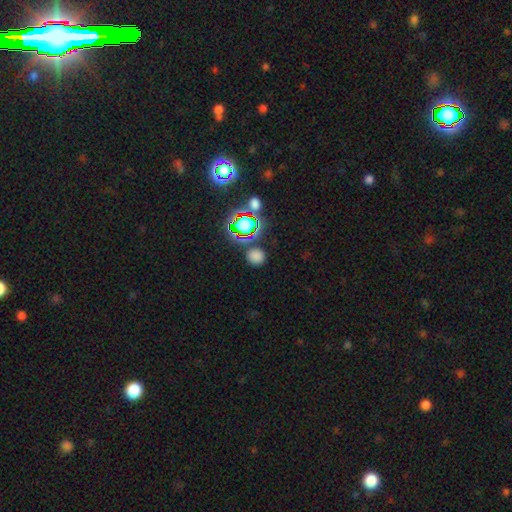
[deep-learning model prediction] Smooth or featured? smooth (68%)
How rounded? round (87%)
Merging? none (82%)